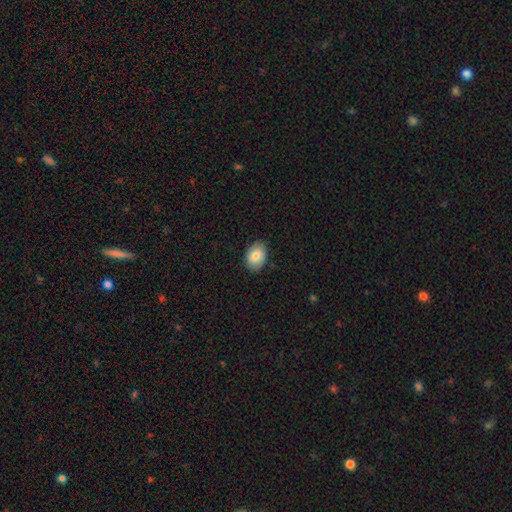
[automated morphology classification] Overall: smooth (73%). How rounded: in between (79%). Merging: none (82%).